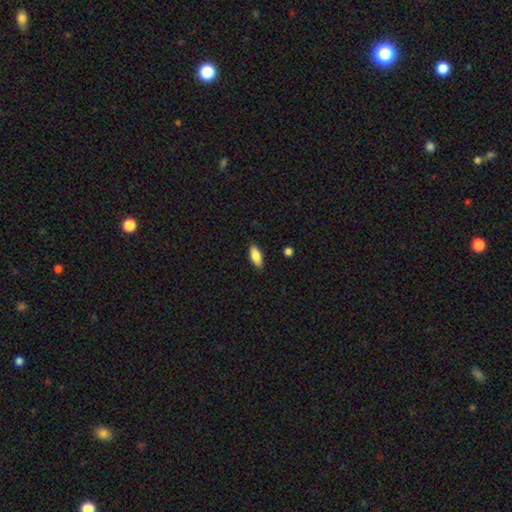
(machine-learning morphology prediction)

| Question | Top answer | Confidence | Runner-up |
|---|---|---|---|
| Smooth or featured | smooth | 85% | featured or disk (8%) |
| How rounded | in between | 79% | cigar-shaped (18%) |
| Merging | none | 85% | minor disturbance (11%) |